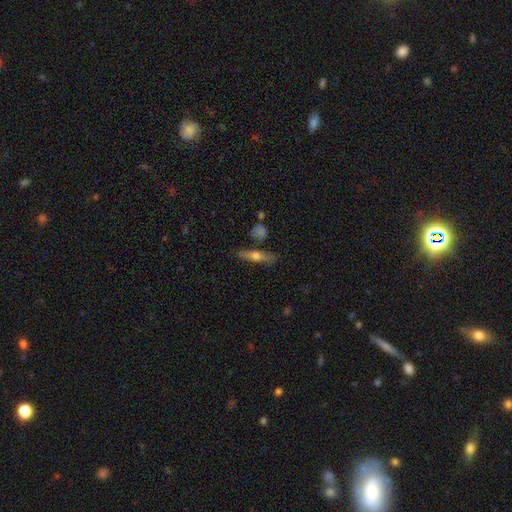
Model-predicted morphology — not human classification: Q: Smooth or featured?
A: featured or disk (50%); runner-up: smooth (42%)
Q: Merging?
A: none (79%); runner-up: minor disturbance (12%)